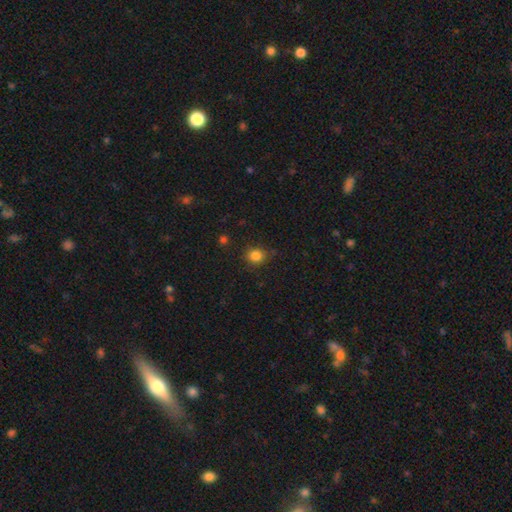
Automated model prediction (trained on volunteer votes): Smooth or featured? Predicted: smooth (p=0.83). How rounded? Predicted: round (p=0.78). Merging? Predicted: none (p=0.84).